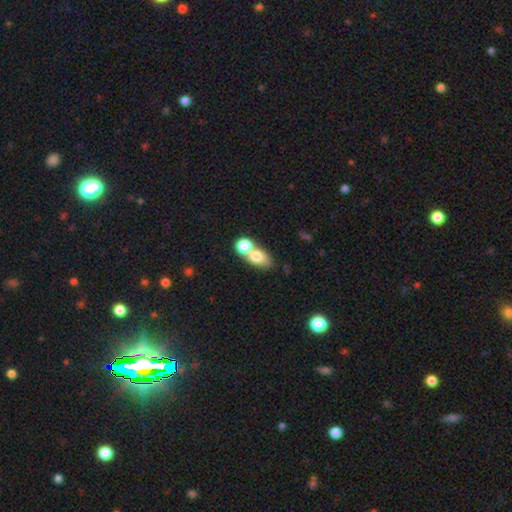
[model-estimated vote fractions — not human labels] smooth-or-featured: smooth: 75% | featured or disk: 15% | star or artifact: 9%
  how-rounded: in between: 74% | round: 23% | cigar-shaped: 4%
  merging: merger: 60% | none: 27% | minor disturbance: 8% | major disturbance: 5%